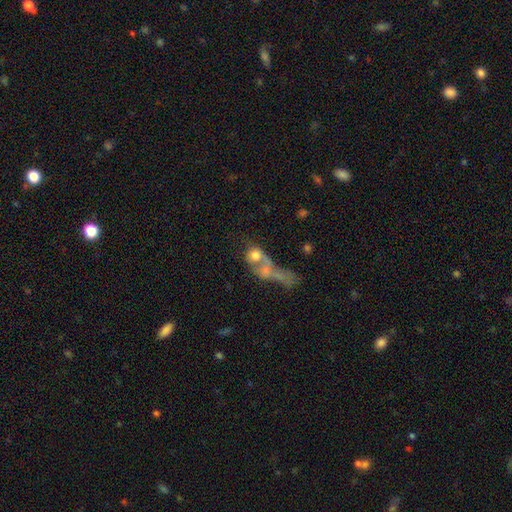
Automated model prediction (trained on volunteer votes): A smooth galaxy with no disk features (60%) that is round (62%).

Vote fractions:
- Smooth or featured? smooth: 60% / featured or disk: 27% / star or artifact: 13%
- How rounded? round: 62% / in between: 31% / cigar-shaped: 8%
- Merging? merger: 59% / none: 17% / major disturbance: 16% / minor disturbance: 7%